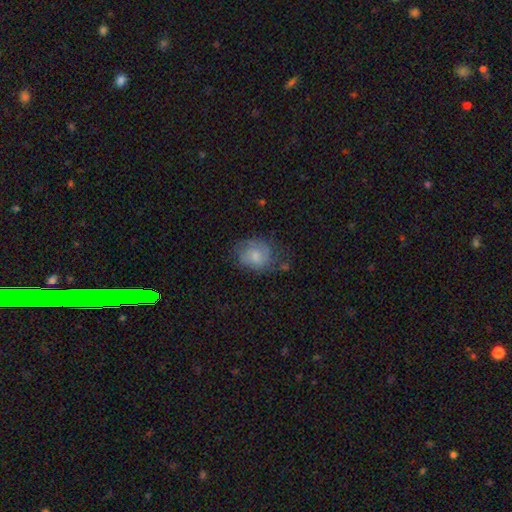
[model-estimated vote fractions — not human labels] A smooth galaxy with no disk features (61%) that is round (50%).

Vote fractions:
- Smooth or featured? smooth: 61% / featured or disk: 31% / star or artifact: 8%
- How rounded? round: 50% / in between: 49% / cigar-shaped: 1%
- Merging? none: 53% / minor disturbance: 29% / major disturbance: 15% / merger: 3%